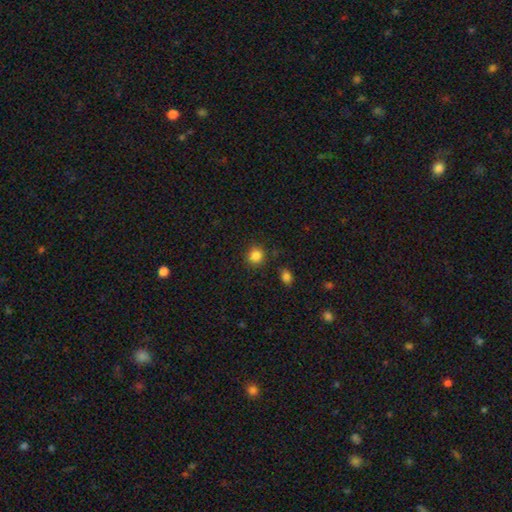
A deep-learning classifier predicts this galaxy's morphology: This is clearly a smooth galaxy (84%). How rounded: clearly round (87%). Merging: clearly none (87%).